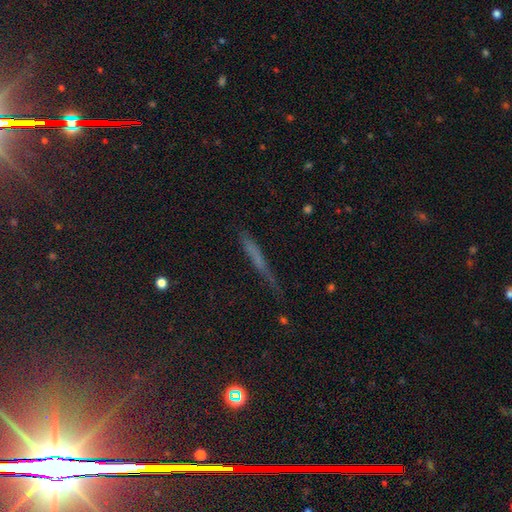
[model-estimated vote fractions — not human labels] Smooth or featured? Predicted: smooth (p=0.46). Merging? Predicted: none (p=0.69).